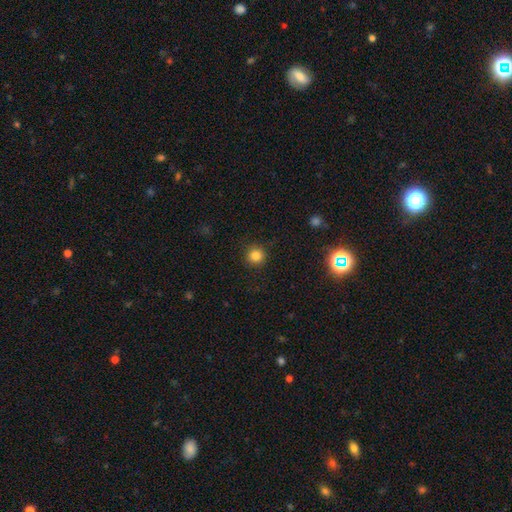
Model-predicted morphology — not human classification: type=smooth (83%); roundness=round (94%); merging=none (90%).